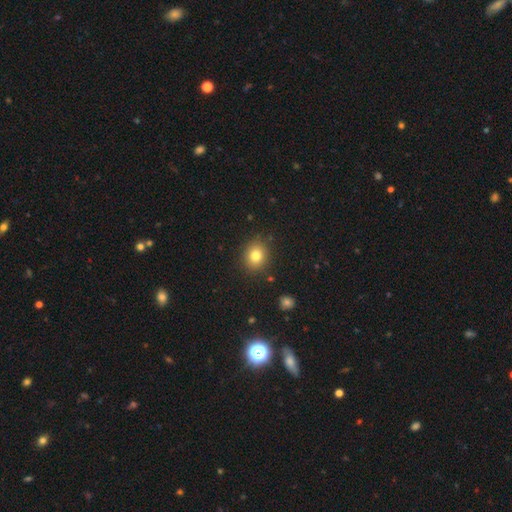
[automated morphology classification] smooth 80%, star or artifact 12%, featured or disk 9%. Down the decision tree: how rounded — round (68%); merging — none (87%).